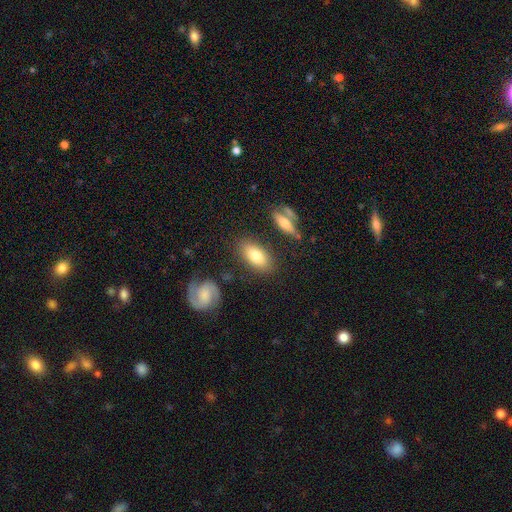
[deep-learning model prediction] smooth-or-featured: smooth: 77% | featured or disk: 16% | star or artifact: 7%
  how-rounded: in between: 89% | cigar-shaped: 6% | round: 5%
  merging: none: 79% | minor disturbance: 12% | merger: 5% | major disturbance: 4%